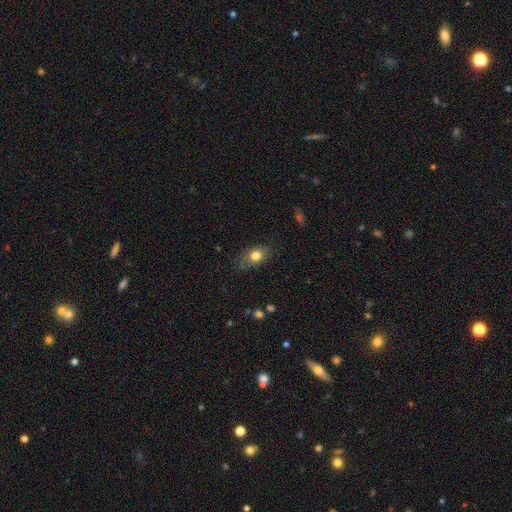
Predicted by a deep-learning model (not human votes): Morphology: type=smooth (77%); roundness=in between (73%); merging=none (74%).